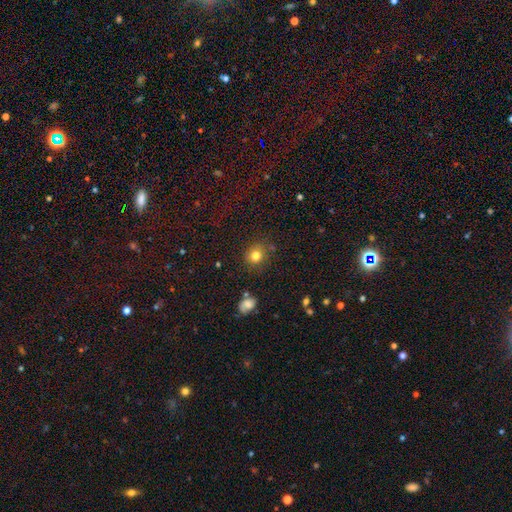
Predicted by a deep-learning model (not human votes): Q: Smooth or featured?
A: smooth (80%); runner-up: star or artifact (13%)
Q: How rounded?
A: round (74%); runner-up: in between (25%)
Q: Merging?
A: none (77%); runner-up: minor disturbance (14%)